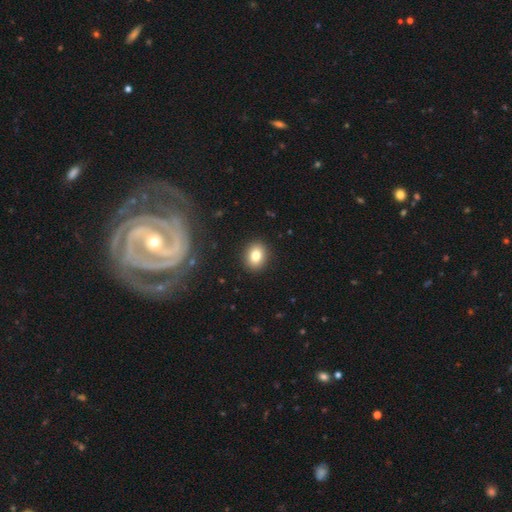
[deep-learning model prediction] Smooth or featured?
  - smooth: 80% *
  - star or artifact: 10%
  - featured or disk: 9%
How rounded?
  - in between: 51% *
  - round: 48%
  - cigar-shaped: 1%
Merging?
  - none: 91% *
  - minor disturbance: 6%
  - major disturbance: 2%
  - merger: 1%